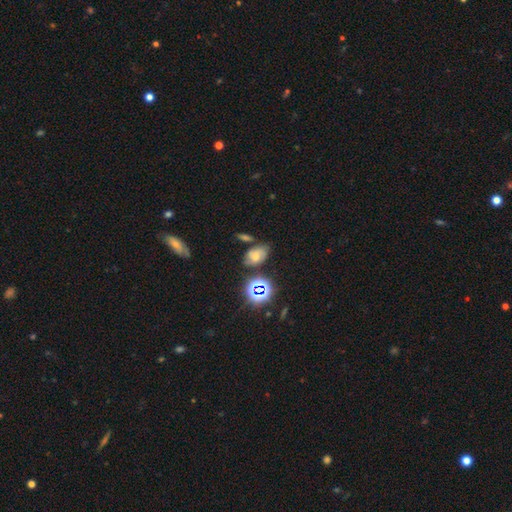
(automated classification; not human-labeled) Smooth or featured? smooth (48%)
Merging? none (63%)